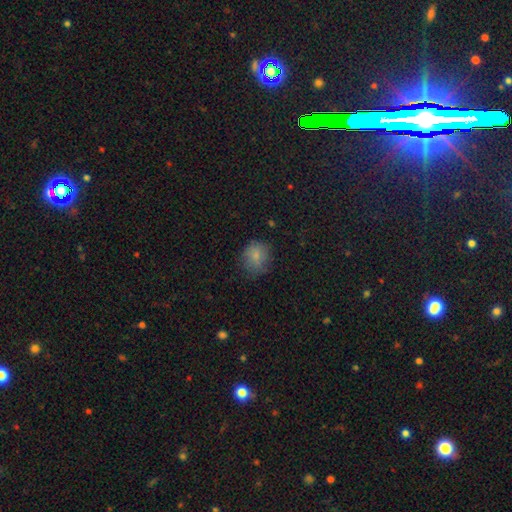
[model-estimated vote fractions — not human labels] This is likely a smooth galaxy (79%). How rounded: likely round (72%). Merging: likely none (67%).